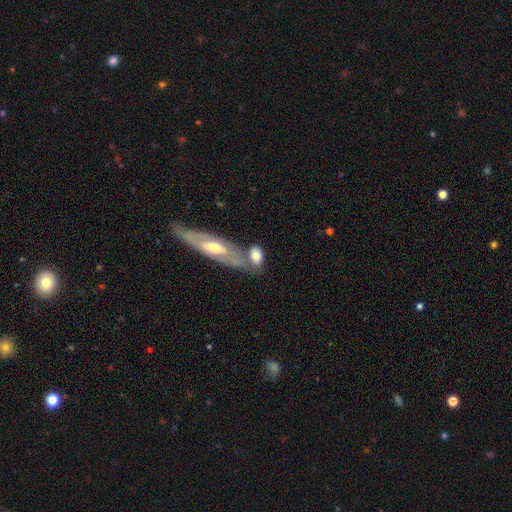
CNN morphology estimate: A smooth galaxy with no disk features (70%) that is in between round and cigar-shaped (79%).

Vote fractions:
- Smooth or featured? smooth: 70% / featured or disk: 25% / star or artifact: 6%
- How rounded? in between: 79% / cigar-shaped: 13% / round: 8%
- Merging? none: 46% / merger: 33% / minor disturbance: 16% / major disturbance: 6%